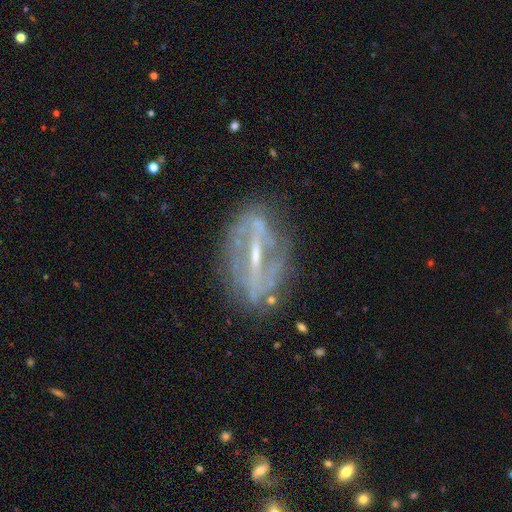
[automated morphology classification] Smooth or featured: featured or disk — 80% (smooth — 13%)
Edge-on disk: no — 85% (yes — 15%)
Bar: strong — 67% (weak — 23%)
Spiral arms: yes — 53% (no — 47%)
Bulge size: small — 48% (moderate — 33%)
Merging: none — 65% (minor disturbance — 20%)